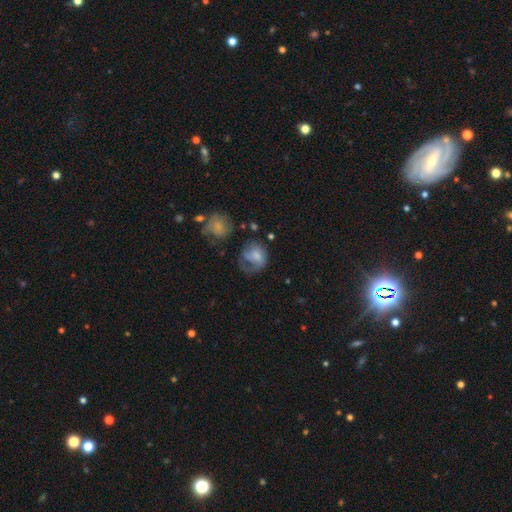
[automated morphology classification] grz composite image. It shows a featured or disk galaxy (47%). Merging: none (37%).